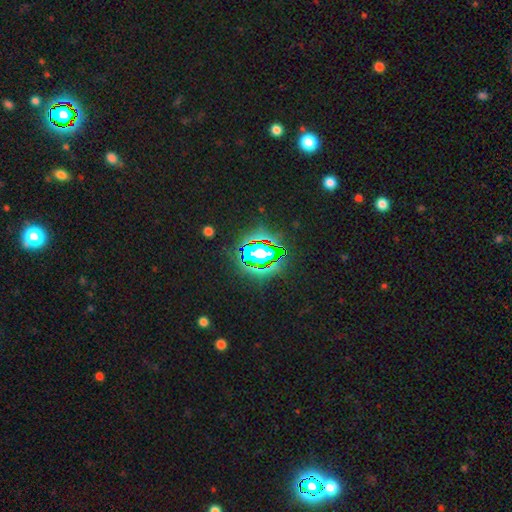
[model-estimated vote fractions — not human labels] A star or artifact, not a galaxy (81%).